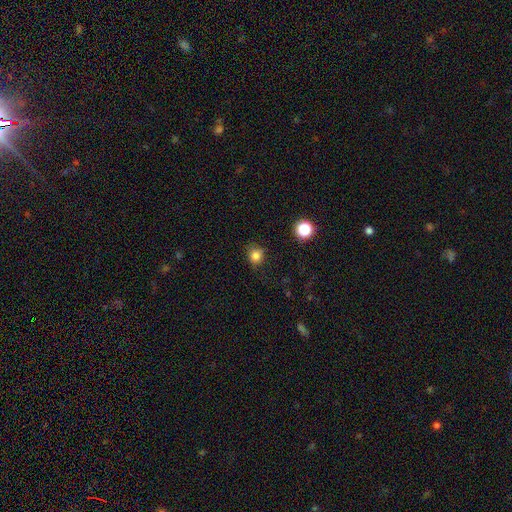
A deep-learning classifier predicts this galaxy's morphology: This appears to be a smooth galaxy with no disk features (82%) that is round (84%). Merging: none (79%).